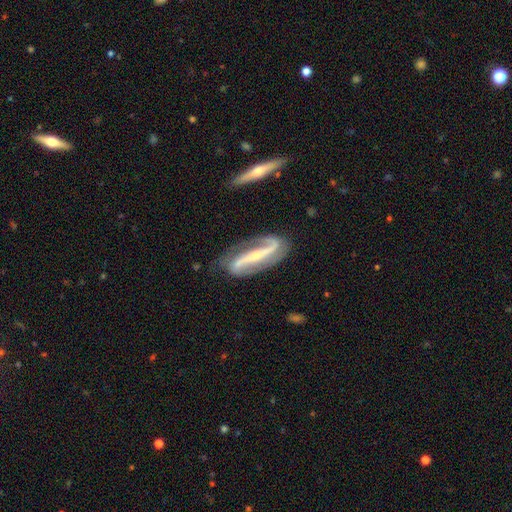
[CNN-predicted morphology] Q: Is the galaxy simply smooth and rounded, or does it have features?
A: featured or disk — 91%.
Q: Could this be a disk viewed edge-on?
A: no — 90%.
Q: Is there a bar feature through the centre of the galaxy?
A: strong — 68%.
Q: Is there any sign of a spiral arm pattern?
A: yes — 97%.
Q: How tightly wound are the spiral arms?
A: medium — 42%.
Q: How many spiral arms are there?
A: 2 — 93%.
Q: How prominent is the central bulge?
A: small — 69%.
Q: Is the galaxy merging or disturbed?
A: none — 77%.